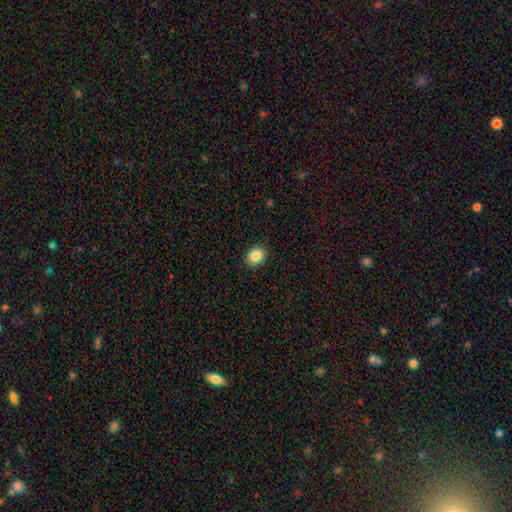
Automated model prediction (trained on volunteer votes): Morphology: type=smooth (86%); roundness=round (59%); merging=none (90%).